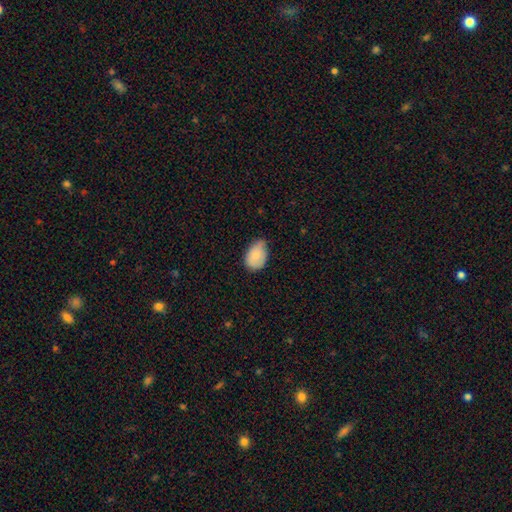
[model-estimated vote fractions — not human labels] smooth-or-featured: smooth: 81% | featured or disk: 12% | star or artifact: 7%
  how-rounded: in between: 82% | round: 17% | cigar-shaped: 1%
  merging: none: 46% | minor disturbance: 45% | major disturbance: 8% | merger: 2%